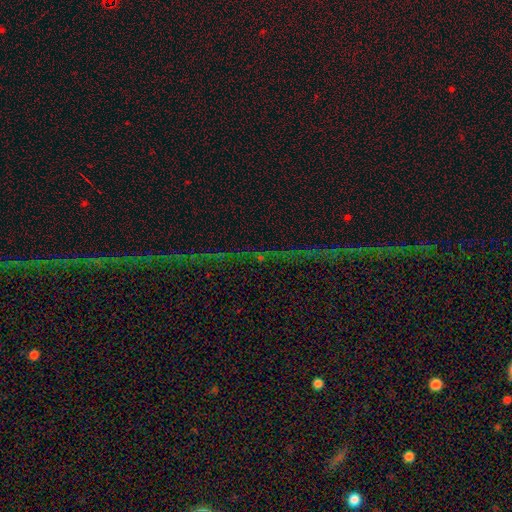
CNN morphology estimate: This appears to be a star or artifact, not a galaxy (83%).